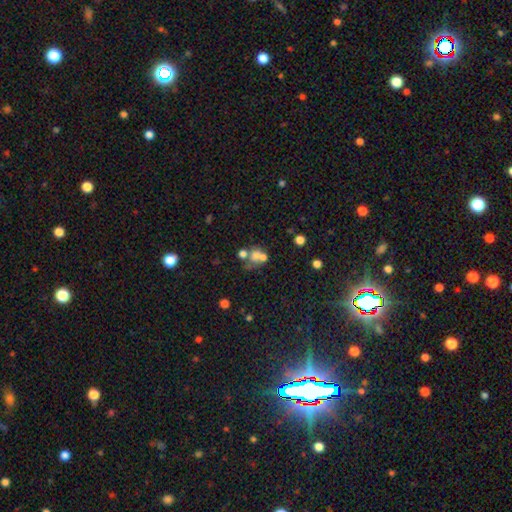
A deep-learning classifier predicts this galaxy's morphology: Q: Smooth or featured?
A: smooth (58%); runner-up: featured or disk (25%)
Q: How rounded?
A: round (66%); runner-up: in between (33%)
Q: Merging?
A: merger (52%); runner-up: none (29%)